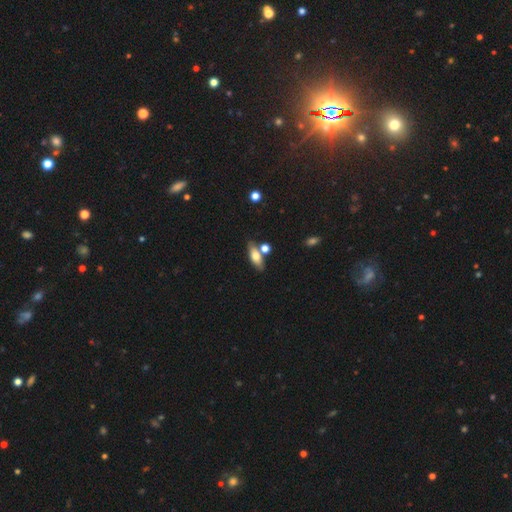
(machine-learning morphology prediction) This is likely a smooth galaxy (66%). How rounded: likely in between (69%). Merging: likely none (66%).